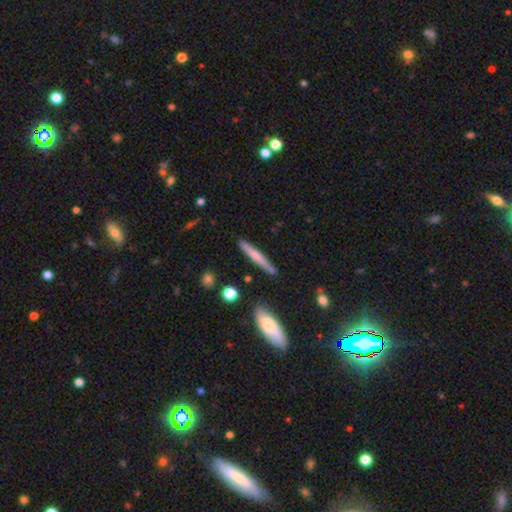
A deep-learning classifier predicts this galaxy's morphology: A smooth galaxy with no disk features (56%) that is cigar-shaped (93%).

Vote fractions:
- Smooth or featured? smooth: 56% / featured or disk: 37% / star or artifact: 6%
- How rounded? cigar-shaped: 93% / in between: 5% / round: 2%
- Merging? none: 83% / minor disturbance: 11% / merger: 4% / major disturbance: 2%